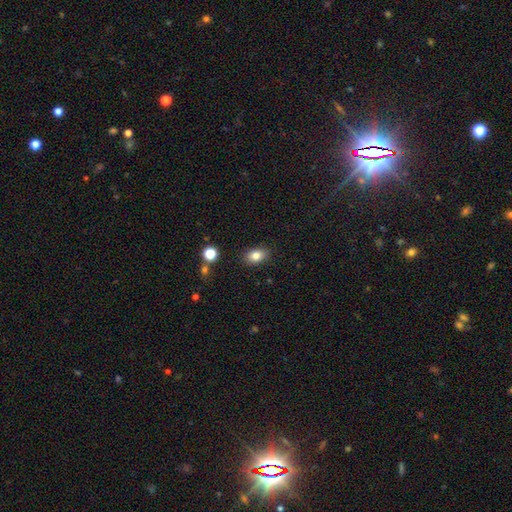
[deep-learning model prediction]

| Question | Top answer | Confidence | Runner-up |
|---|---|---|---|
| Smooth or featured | smooth | 83% | star or artifact (9%) |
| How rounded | in between | 83% | round (16%) |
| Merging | none | 86% | minor disturbance (9%) |